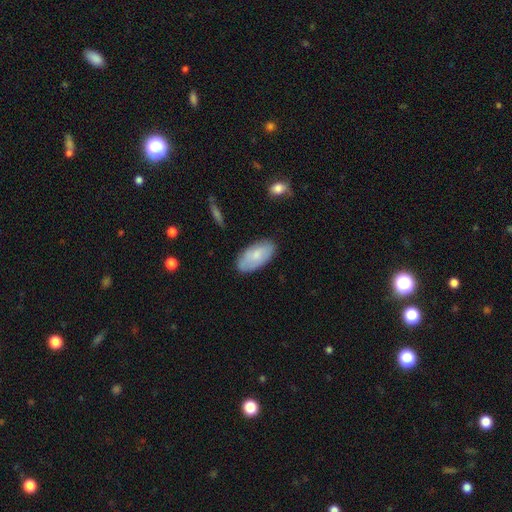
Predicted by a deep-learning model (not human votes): Q: Smooth or featured?
A: smooth (71%); runner-up: featured or disk (23%)
Q: How rounded?
A: in between (94%); runner-up: cigar-shaped (3%)
Q: Merging?
A: none (78%); runner-up: minor disturbance (17%)